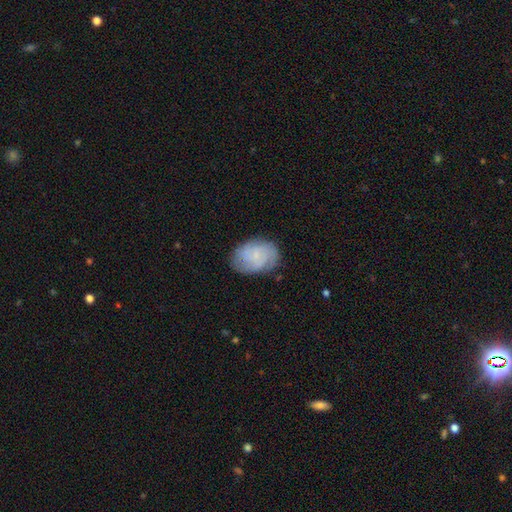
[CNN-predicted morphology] The model was most divided on "smooth or featured": featured or disk: 53%, smooth: 38%, star or artifact: 8%. More confident: edge-on disk — no (97%); spiral arms — yes (88%); merging — none (75%); bar — no (67%); bulge size — small (66%).